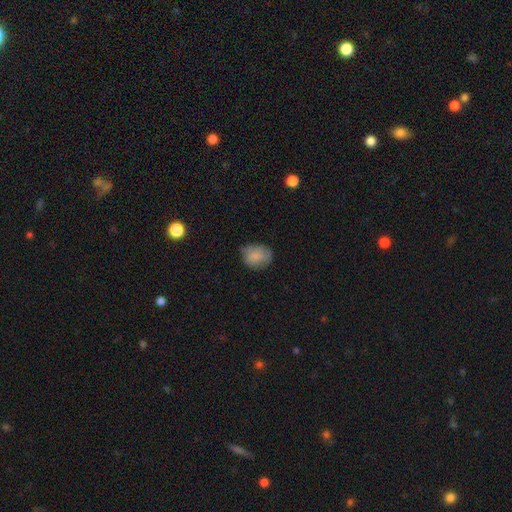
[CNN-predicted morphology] Overall: smooth (80%). How rounded: in between (50%; round 49%). Merging: none (60%; minor disturbance 32%).